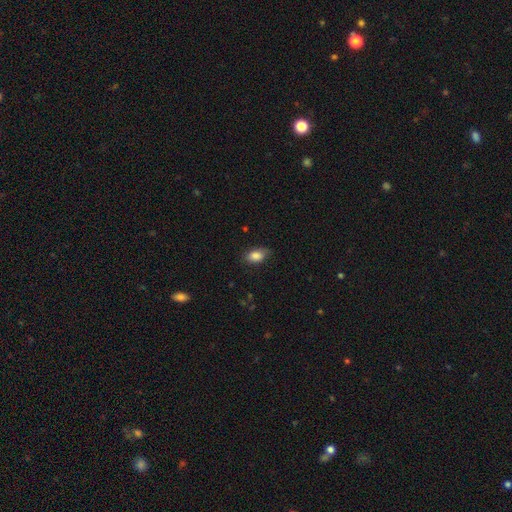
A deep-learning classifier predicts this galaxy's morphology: smooth-or-featured: smooth: 86% | star or artifact: 7% | featured or disk: 7%
  how-rounded: in between: 90% | round: 8% | cigar-shaped: 3%
  merging: none: 77% | minor disturbance: 18% | major disturbance: 4% | merger: 1%